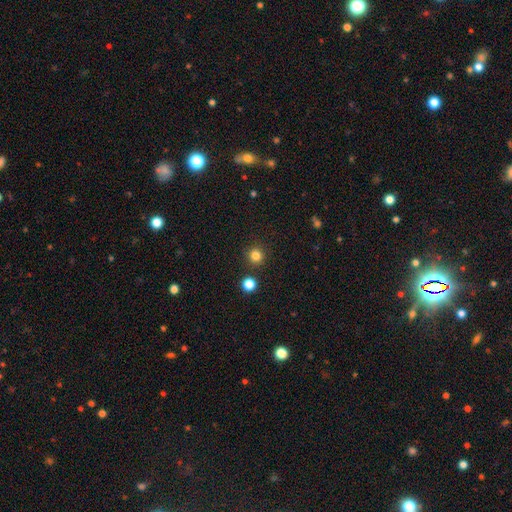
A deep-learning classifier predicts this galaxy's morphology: Smooth or featured? Predicted: smooth (p=0.82). How rounded? Predicted: round (p=0.94). Merging? Predicted: none (p=0.90).